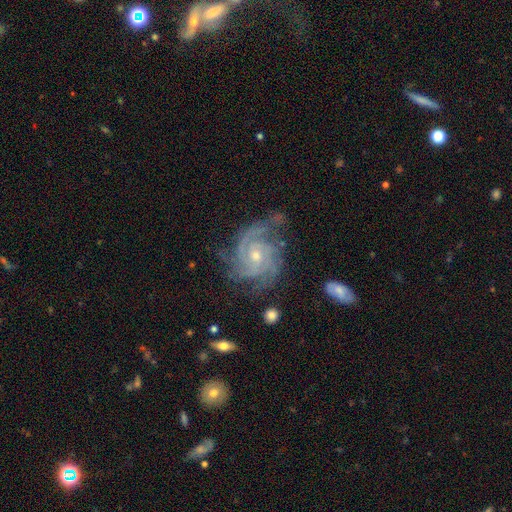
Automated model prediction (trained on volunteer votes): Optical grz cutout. It shows a featured or disk galaxy (91%) with no bar (68%), 3 (37%) tight (59%) spiral arms (98%) and a small central bulge (57%). Merging: none (66%).